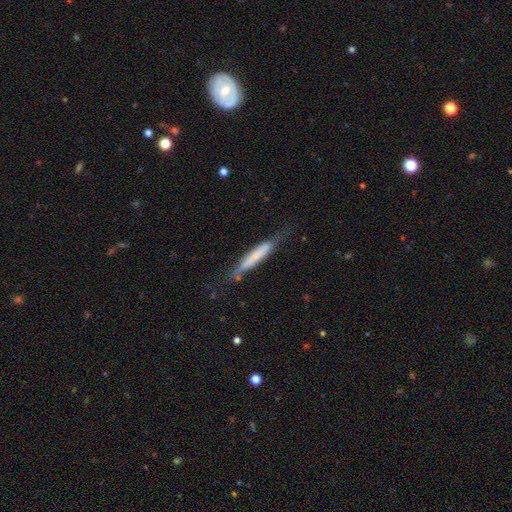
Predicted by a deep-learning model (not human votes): Smooth or featured: smooth — 54% (featured or disk — 40%)
How rounded: cigar-shaped — 93% (in between — 6%)
Merging: none — 64% (minor disturbance — 25%)